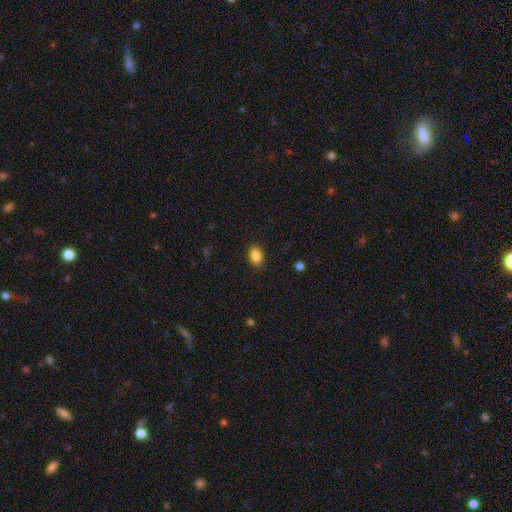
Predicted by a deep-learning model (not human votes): A smooth galaxy with no disk features (87%) that is in between round and cigar-shaped (82%).

Vote fractions:
- Smooth or featured? smooth: 87% / star or artifact: 9% / featured or disk: 4%
- How rounded? in between: 82% / round: 17% / cigar-shaped: 1%
- Merging? none: 89% / minor disturbance: 8% / major disturbance: 2% / merger: 1%